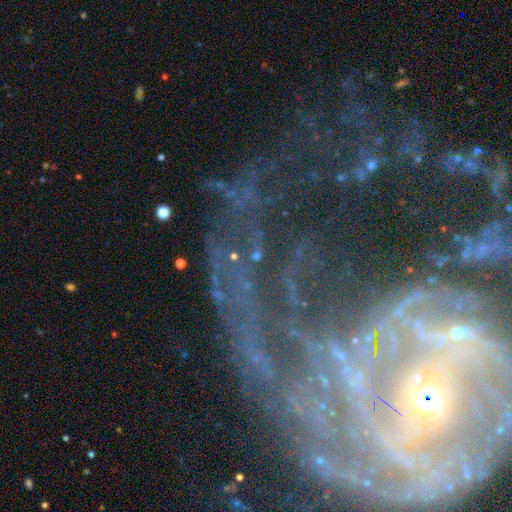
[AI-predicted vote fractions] A star or artifact, not a galaxy (67%).

Vote fractions:
- Smooth or featured? star or artifact: 67% / featured or disk: 21% / smooth: 12%